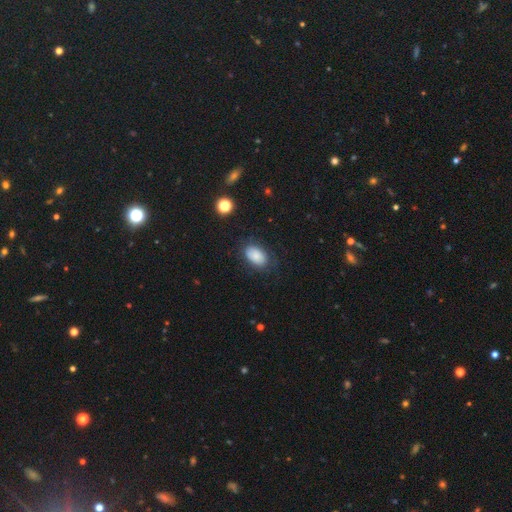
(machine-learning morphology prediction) smooth_or_featured: smooth (p=0.82) [alt: featured or disk p=0.10]
how_rounded: in between (p=0.90) [alt: round p=0.09]
merging: none (p=0.74) [alt: minor disturbance p=0.18]